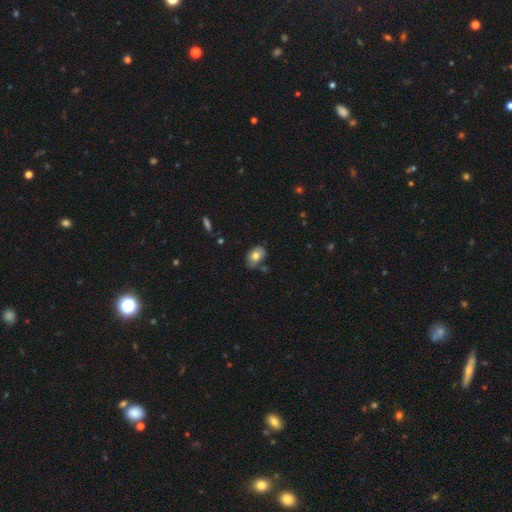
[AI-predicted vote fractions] Smooth or featured? smooth (73%)
How rounded? in between (87%)
Merging? none (72%)